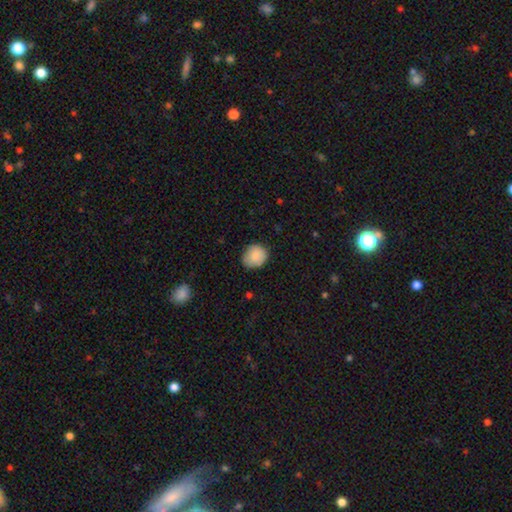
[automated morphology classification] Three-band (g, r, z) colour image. It shows a smooth galaxy with no disk features (87%) that is round (78%). Merging: none (78%).